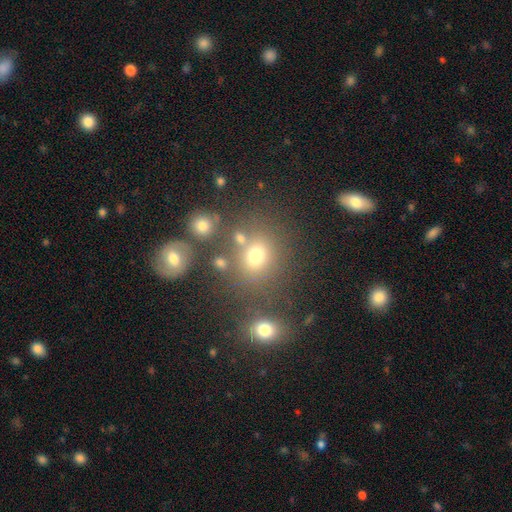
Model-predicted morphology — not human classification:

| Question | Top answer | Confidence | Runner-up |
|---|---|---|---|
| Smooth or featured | smooth | 70% | star or artifact (19%) |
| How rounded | round | 66% | in between (32%) |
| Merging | none | 69% | merger (13%) |